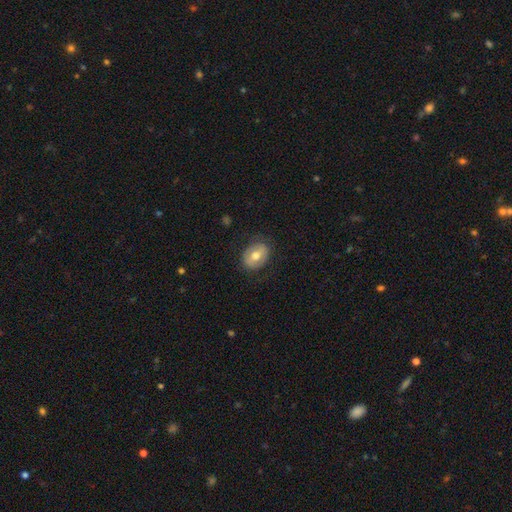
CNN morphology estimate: smooth-or-featured: smooth: 61% | featured or disk: 32% | star or artifact: 7%
  how-rounded: in between: 58% | round: 41% | cigar-shaped: 1%
  merging: none: 81% | minor disturbance: 13% | major disturbance: 5% | merger: 1%